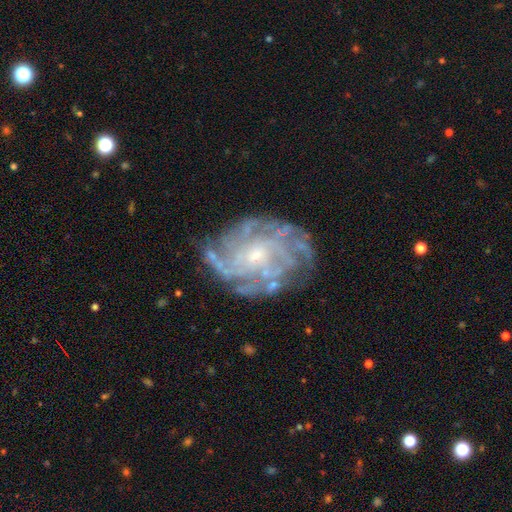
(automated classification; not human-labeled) This appears to be a featured or disk galaxy (87%) with no bar (68%), tight (64%) spiral arms (94%) and a small central bulge (59%). Merging: none (73%).